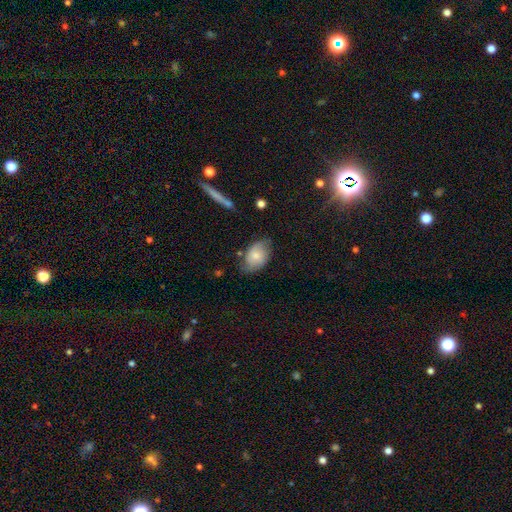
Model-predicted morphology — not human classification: This appears to be a smooth galaxy with no disk features (66%) that is in between round and cigar-shaped (87%). Merging: none (63%).